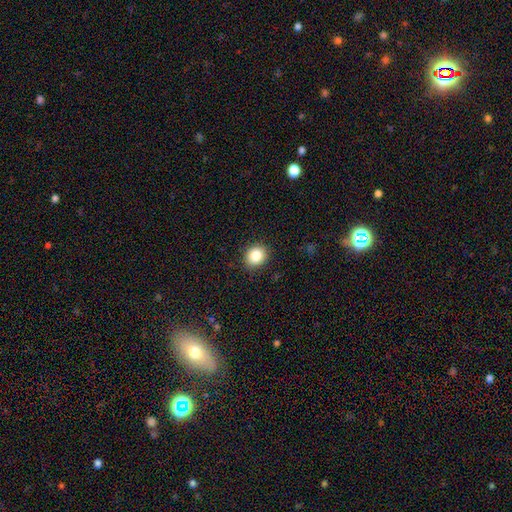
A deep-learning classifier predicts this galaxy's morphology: Smooth or featured?
  - smooth: 86% *
  - star or artifact: 9%
  - featured or disk: 5%
How rounded?
  - round: 73% *
  - in between: 26%
  - cigar-shaped: 1%
Merging?
  - none: 89% *
  - minor disturbance: 7%
  - major disturbance: 2%
  - merger: 1%